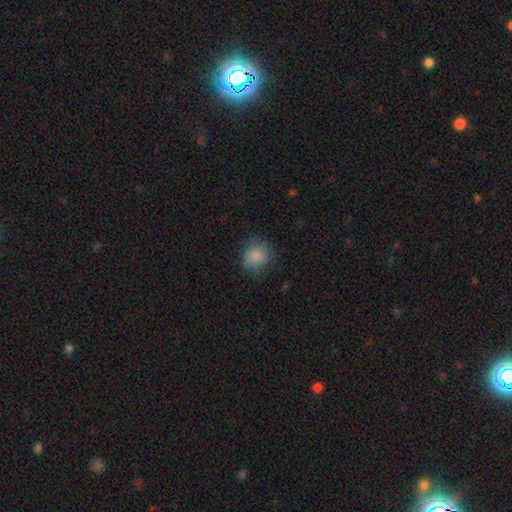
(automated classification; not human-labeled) A smooth galaxy with no disk features (83%) that is round (78%). Merging: none (68%).